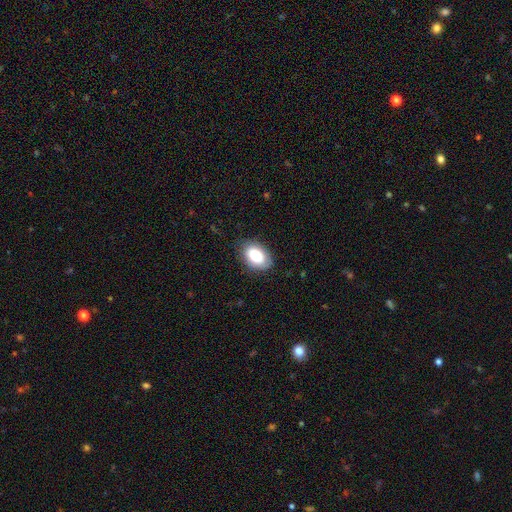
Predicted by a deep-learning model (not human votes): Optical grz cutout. It shows a smooth galaxy with no disk features (81%) that is in between round and cigar-shaped (89%). Merging: none (82%).